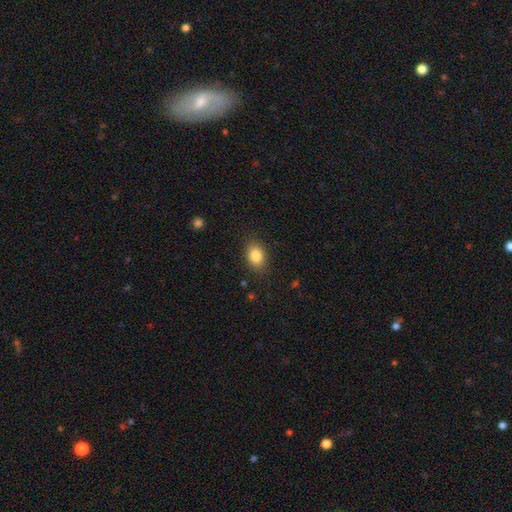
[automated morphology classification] This is clearly a smooth galaxy (85%). How rounded: likely in between (74%). Merging: clearly none (85%).